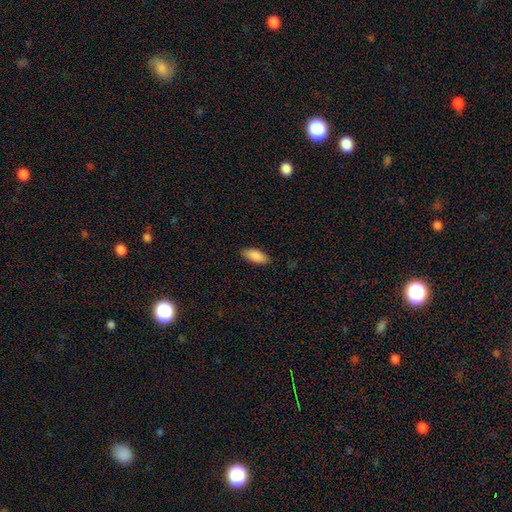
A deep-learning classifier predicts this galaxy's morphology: type=smooth (89%); roundness=in between (85%); merging=none (86%).